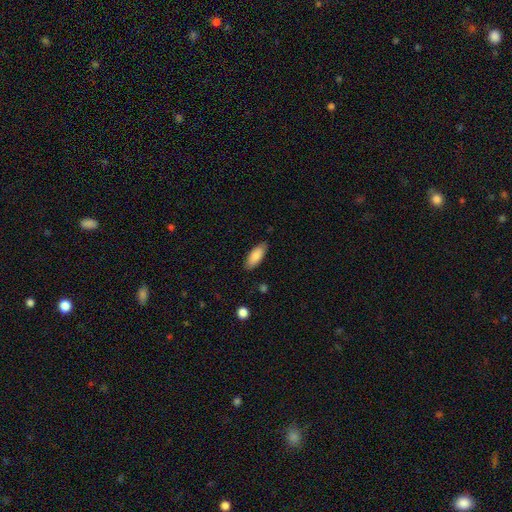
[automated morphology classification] Smooth or featured: smooth — 87% (featured or disk — 7%)
How rounded: in between — 79% (cigar-shaped — 20%)
Merging: none — 84% (minor disturbance — 12%)